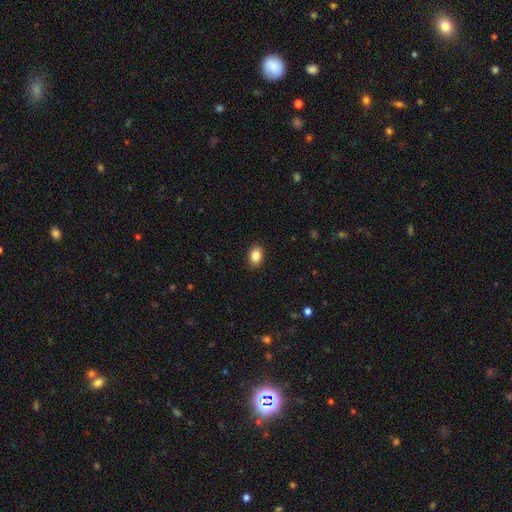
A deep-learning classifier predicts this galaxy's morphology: This appears to be a smooth galaxy with no disk features (87%) that is in between round and cigar-shaped (78%). Merging: none (89%).